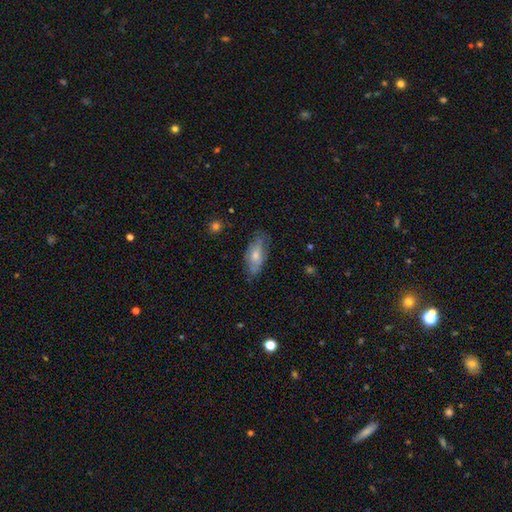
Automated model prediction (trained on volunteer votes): Morphology: type=smooth (63%); roundness=in between (84%); merging=none (67%).